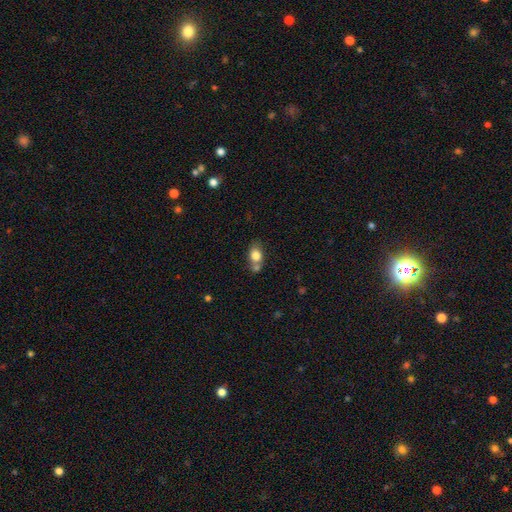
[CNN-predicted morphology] The model was most divided on "merging": none: 47%, merger: 33%, minor disturbance: 15%, major disturbance: 5%. More confident: smooth or featured — smooth (79%); how rounded — in between (69%).